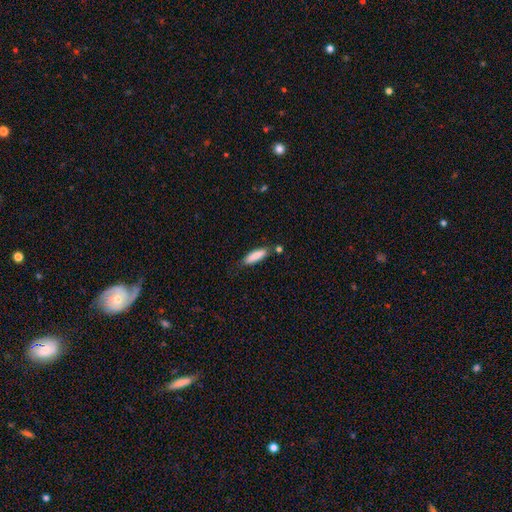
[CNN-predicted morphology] This appears to be a smooth galaxy with no disk features (85%) that is cigar-shaped (62%). Merging: none (76%).